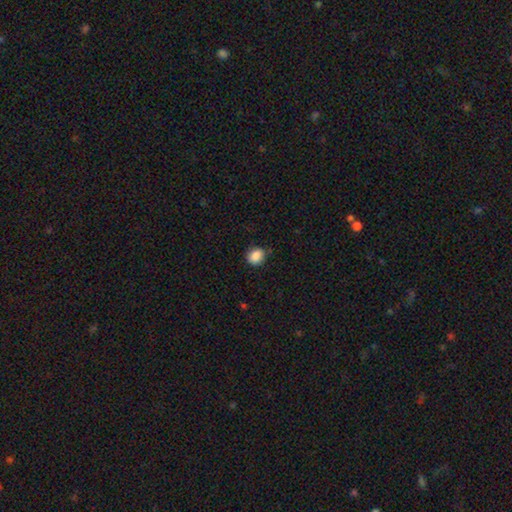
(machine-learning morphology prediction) smooth 87%, star or artifact 9%, featured or disk 4%. Down the decision tree: how rounded — round (63%); merging — none (78%).